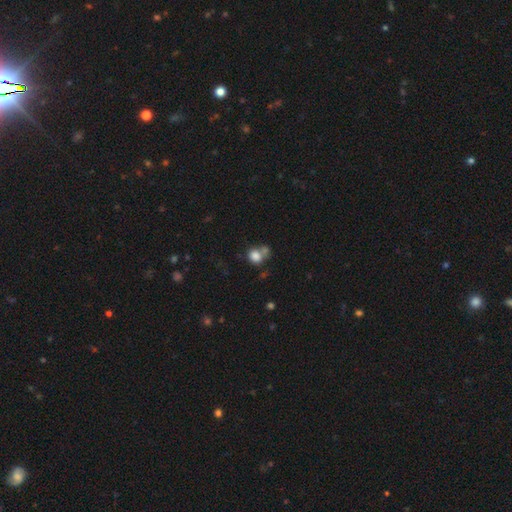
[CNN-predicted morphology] A smooth galaxy with no disk features (81%) that is round (70%).

Vote fractions:
- Smooth or featured? smooth: 81% / star or artifact: 11% / featured or disk: 8%
- How rounded? round: 70% / in between: 29% / cigar-shaped: 1%
- Merging? none: 42% / merger: 37% / minor disturbance: 13% / major disturbance: 8%